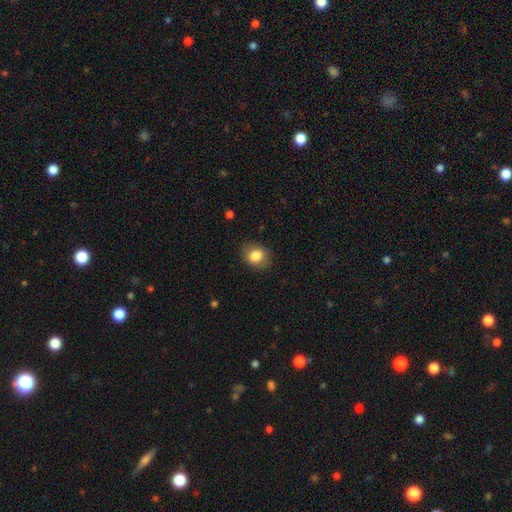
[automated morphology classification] Smooth or featured: smooth — 82% (featured or disk — 9%)
How rounded: in between — 50% (round — 48%)
Merging: none — 81% (minor disturbance — 13%)